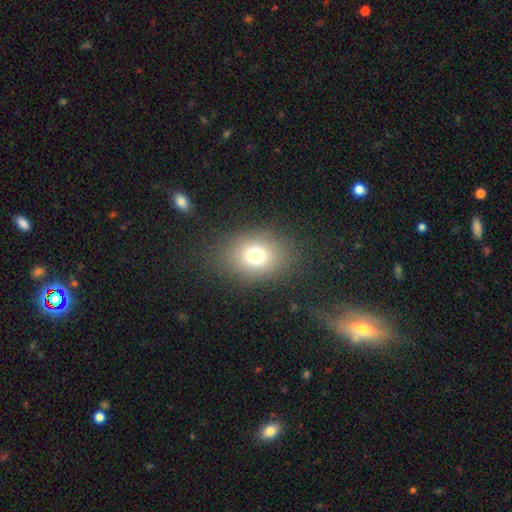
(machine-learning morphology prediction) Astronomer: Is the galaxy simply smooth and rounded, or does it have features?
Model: smooth — 73%.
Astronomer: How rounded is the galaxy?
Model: in between — 51% (runner-up: round, 48%).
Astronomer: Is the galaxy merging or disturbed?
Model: none — 85%.